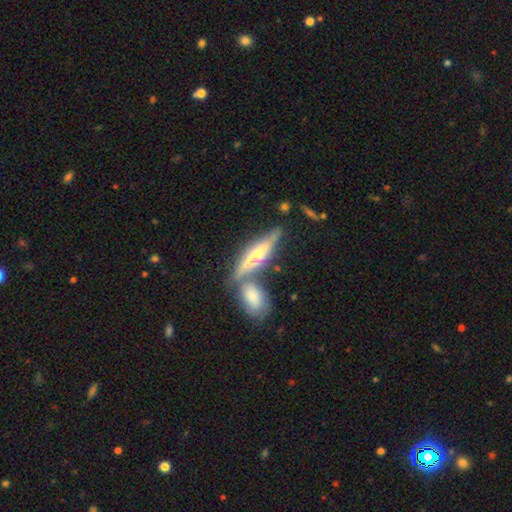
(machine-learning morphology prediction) Smooth or featured? Predicted: featured or disk (p=0.59). Edge-on disk? Predicted: yes (p=0.89). Edge-on bulge? Predicted: rounded (p=0.69). Merging? Predicted: none (p=0.56).